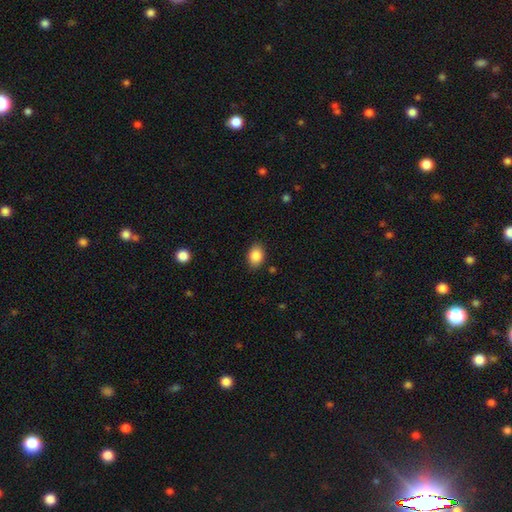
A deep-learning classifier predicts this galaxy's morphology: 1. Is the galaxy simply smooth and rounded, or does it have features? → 87% smooth, 8% star or artifact, 5% featured or disk.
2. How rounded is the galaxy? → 74% in between, 25% round, 1% cigar-shaped.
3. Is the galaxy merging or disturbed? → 85% none, 11% minor disturbance, 3% major disturbance, 1% merger.